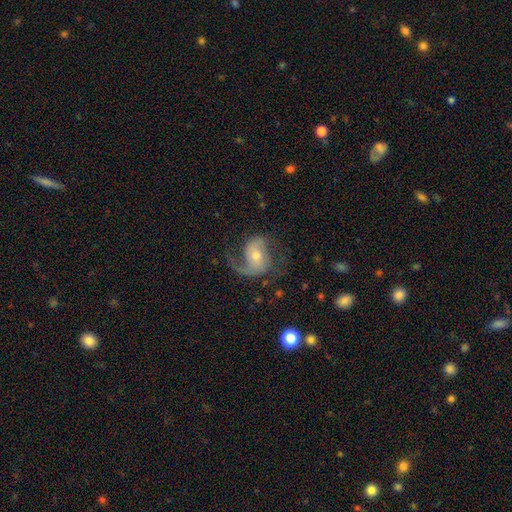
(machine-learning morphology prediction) smooth_or_featured: featured or disk (p=0.83) [alt: smooth p=0.11]
disk_edge_on: no (p=0.97) [alt: yes p=0.03]
bar: no (p=0.50) [alt: weak p=0.36]
has_spiral_arms: yes (p=0.95) [alt: no p=0.05]
spiral_winding: medium (p=0.45) [alt: loose p=0.41]
spiral_arm_count: 2 (p=0.63) [alt: 1 p=0.29]
bulge_size: moderate (p=0.50) [alt: small p=0.44]
merging: none (p=0.57) [alt: major disturbance p=0.23]